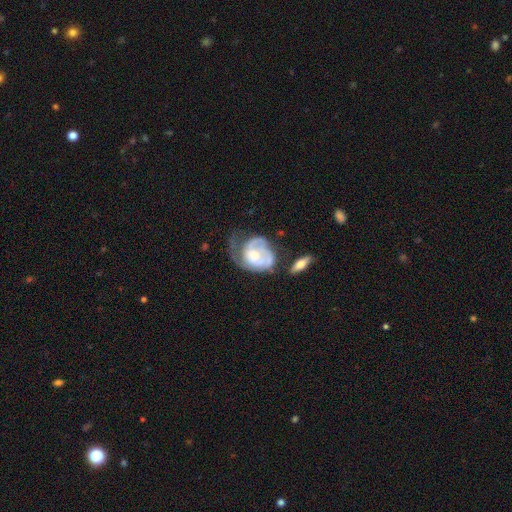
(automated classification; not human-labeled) Smooth or featured? featured or disk (70%)
Edge-on disk? no (97%)
Bar? no (74%)
Spiral arms? yes (78%)
Spiral winding? tight (48%)
Spiral arm count? 1 (45%)
Bulge size? moderate (44%)
Merging? major disturbance (45%)